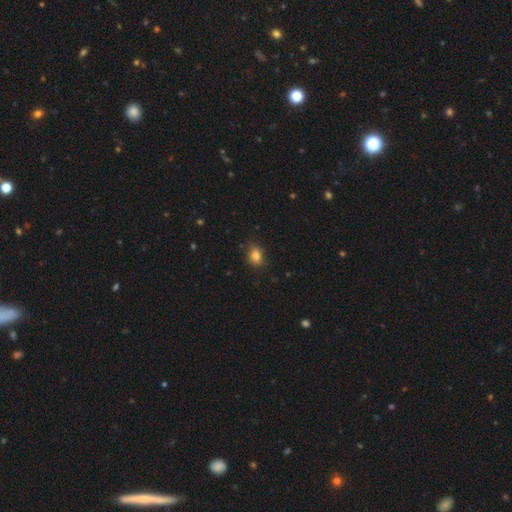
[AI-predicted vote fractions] Smooth or featured: smooth — 83% (star or artifact — 11%)
How rounded: in between — 66% (round — 33%)
Merging: none — 81% (minor disturbance — 15%)